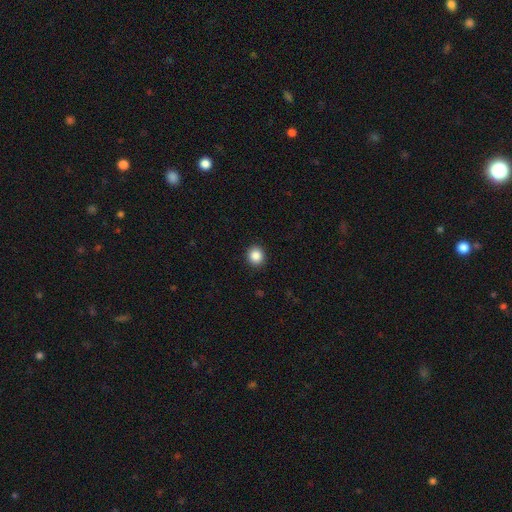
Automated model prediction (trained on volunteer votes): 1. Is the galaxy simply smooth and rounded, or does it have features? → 87% smooth, 9% star or artifact, 3% featured or disk.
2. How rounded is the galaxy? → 87% round, 12% in between, 1% cigar-shaped.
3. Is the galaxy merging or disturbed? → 92% none, 5% minor disturbance, 2% major disturbance, 1% merger.